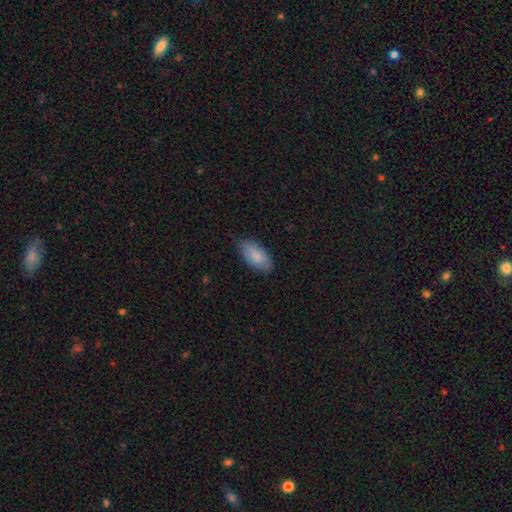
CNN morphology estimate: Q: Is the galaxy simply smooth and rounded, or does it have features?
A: smooth — 85%.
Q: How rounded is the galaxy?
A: in between — 92%.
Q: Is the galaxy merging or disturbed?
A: none — 81%.